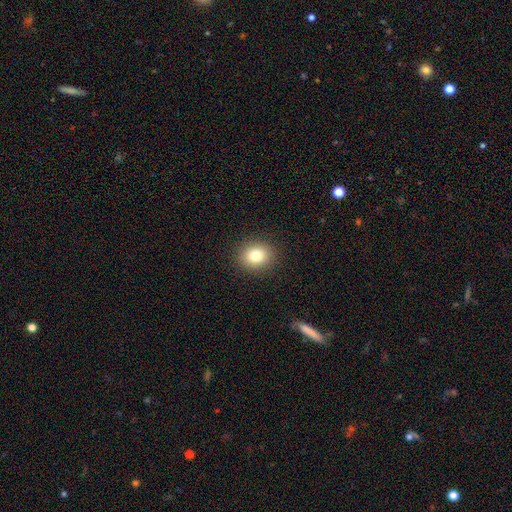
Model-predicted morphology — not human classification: Smooth or featured? Predicted: smooth (p=0.81). How rounded? Predicted: round (p=0.73). Merging? Predicted: none (p=0.91).